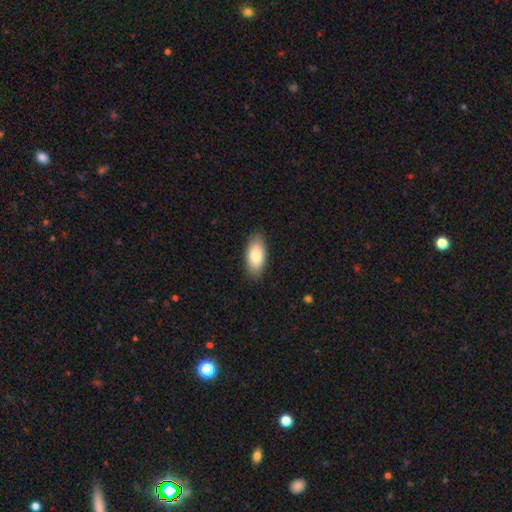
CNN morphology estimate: This appears to be a smooth galaxy with no disk features (82%) that is in between round and cigar-shaped (92%). Merging: none (86%).